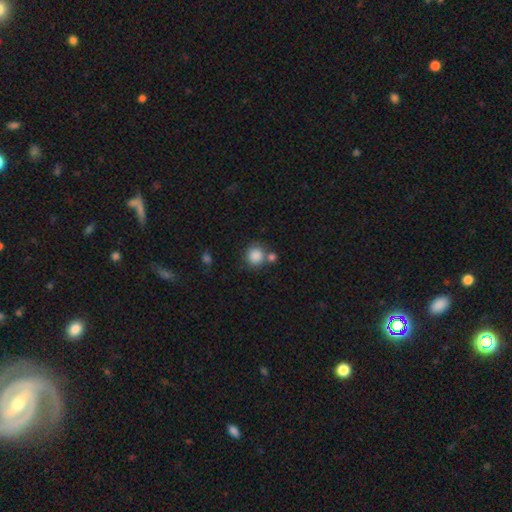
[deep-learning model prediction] Q: Smooth or featured?
A: smooth (86%); runner-up: star or artifact (9%)
Q: How rounded?
A: round (89%); runner-up: in between (10%)
Q: Merging?
A: none (63%); runner-up: merger (23%)